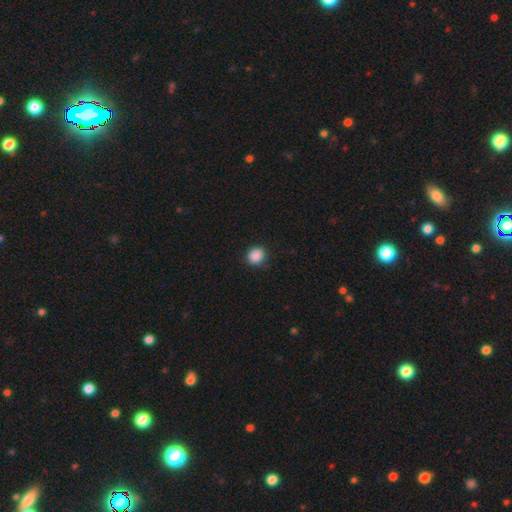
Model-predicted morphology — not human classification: This is clearly a smooth galaxy (89%). How rounded: clearly round (80%). Merging: clearly none (88%).